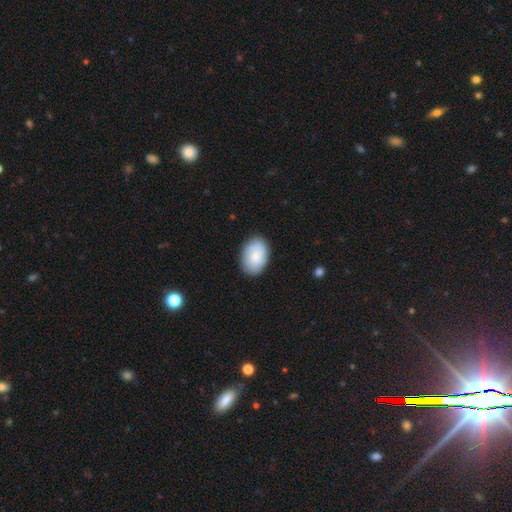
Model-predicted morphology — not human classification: Smooth or featured? smooth (66%)
How rounded? in between (81%)
Merging? none (84%)